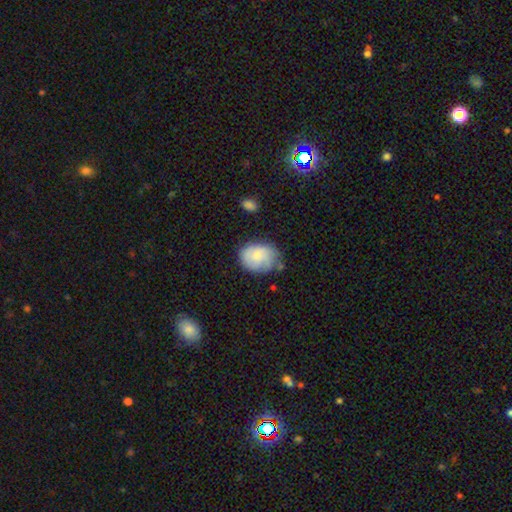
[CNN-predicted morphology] A smooth galaxy with no disk features (67%) that is in between round and cigar-shaped (63%).

Vote fractions:
- Smooth or featured? smooth: 67% / featured or disk: 26% / star or artifact: 7%
- How rounded? in between: 63% / round: 36% / cigar-shaped: 1%
- Merging? none: 53% / minor disturbance: 32% / major disturbance: 10% / merger: 5%